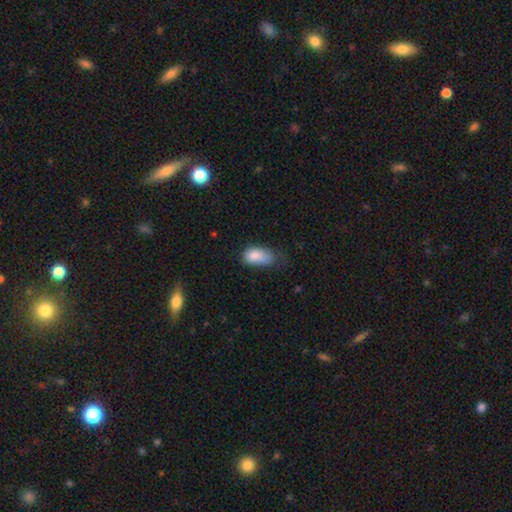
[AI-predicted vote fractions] Smooth or featured? Predicted: smooth (p=0.81). How rounded? Predicted: in between (p=0.91). Merging? Predicted: minor disturbance (p=0.40).